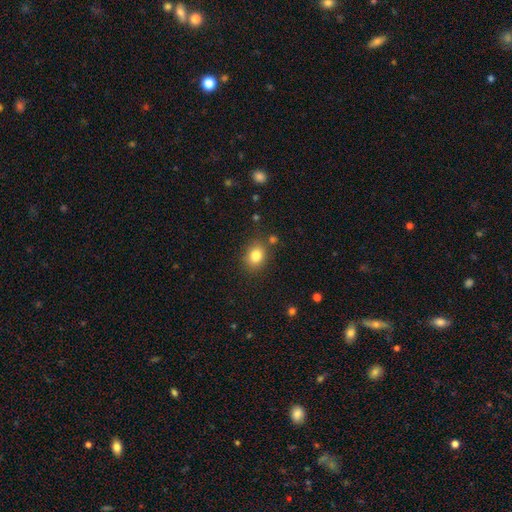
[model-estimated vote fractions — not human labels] A smooth galaxy with no disk features (82%) that is round (51%). Merging: none (81%).